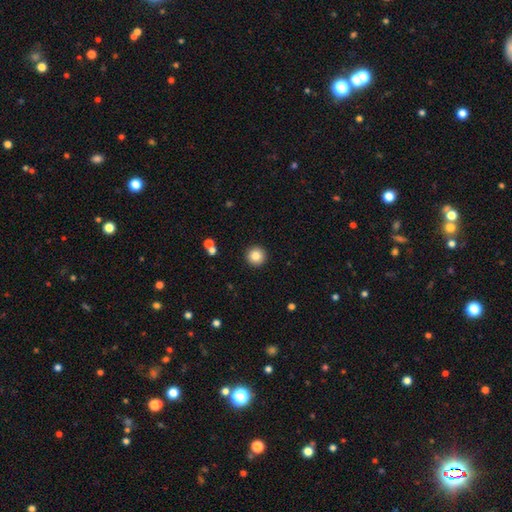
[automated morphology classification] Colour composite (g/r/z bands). It shows a smooth galaxy with no disk features (82%) that is round (96%). Merging: none (92%).